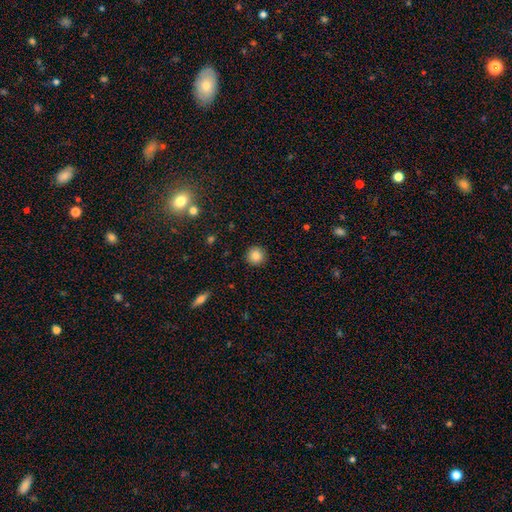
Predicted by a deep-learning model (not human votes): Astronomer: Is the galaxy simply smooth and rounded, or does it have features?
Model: smooth — 85%.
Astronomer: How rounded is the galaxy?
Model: round — 95%.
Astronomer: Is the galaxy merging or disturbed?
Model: none — 92%.